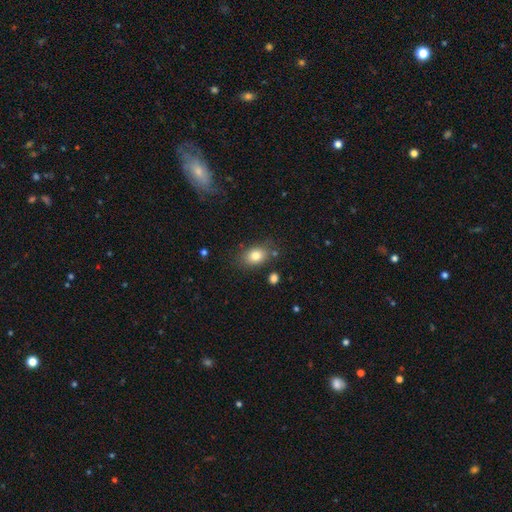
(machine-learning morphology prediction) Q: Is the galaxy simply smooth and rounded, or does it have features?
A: smooth — 80%.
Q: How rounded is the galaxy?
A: in between — 75%.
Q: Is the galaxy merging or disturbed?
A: none — 77%.